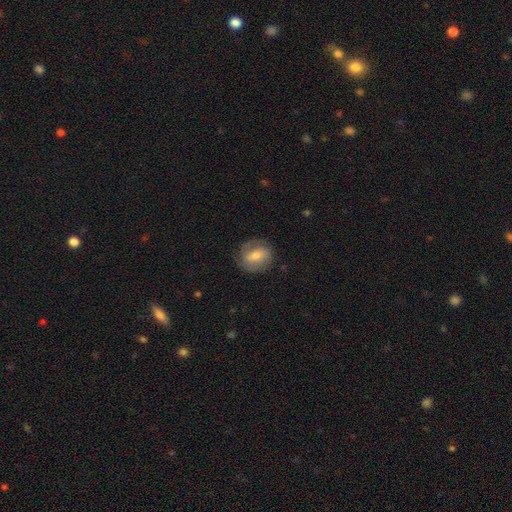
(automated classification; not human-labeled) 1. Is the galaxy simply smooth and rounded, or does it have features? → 53% featured or disk, 39% smooth, 8% star or artifact.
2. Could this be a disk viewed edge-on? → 95% no, 5% yes.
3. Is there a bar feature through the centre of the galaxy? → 46% weak, 27% no, 27% strong.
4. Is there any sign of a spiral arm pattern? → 77% yes, 23% no.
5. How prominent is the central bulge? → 53% moderate, 39% small, 4% large, 3% none, 1% dominant.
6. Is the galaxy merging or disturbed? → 78% none, 15% minor disturbance, 6% major disturbance, 1% merger.